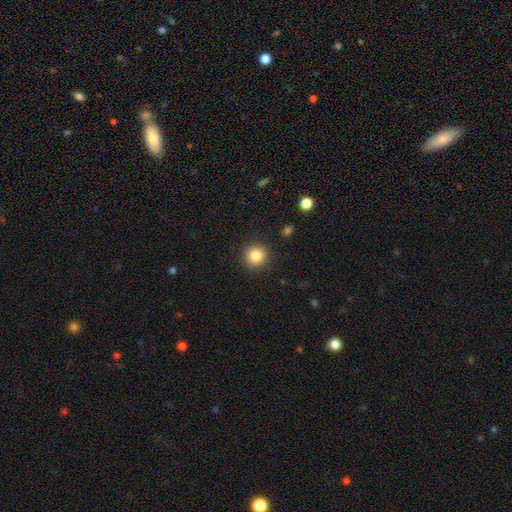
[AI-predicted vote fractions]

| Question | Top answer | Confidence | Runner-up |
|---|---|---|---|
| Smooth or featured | smooth | 85% | star or artifact (10%) |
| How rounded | round | 93% | in between (6%) |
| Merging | none | 91% | minor disturbance (6%) |